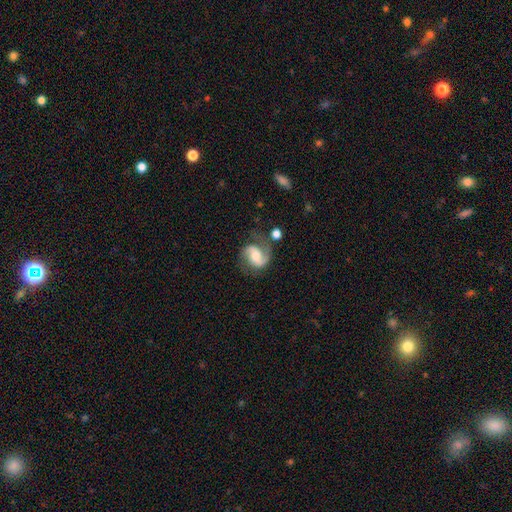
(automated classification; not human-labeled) Overall: featured or disk (82%). Edge-on disk: no (98%). Bar: no (42%; weak 41%). Spiral arms: yes (96%). Spiral arm count: 2 (89%). Spiral winding: medium (52%; loose 31%). Bulge size: moderate (61%; small 24%). Merging: none (66%).